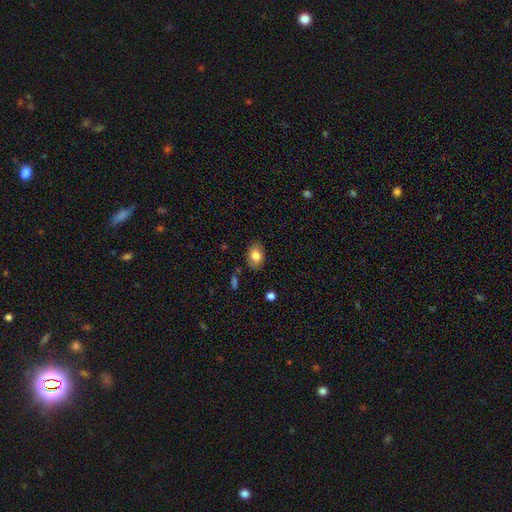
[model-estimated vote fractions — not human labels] Smooth or featured: smooth — 81% (featured or disk — 11%)
How rounded: in between — 78% (round — 21%)
Merging: none — 84% (minor disturbance — 12%)